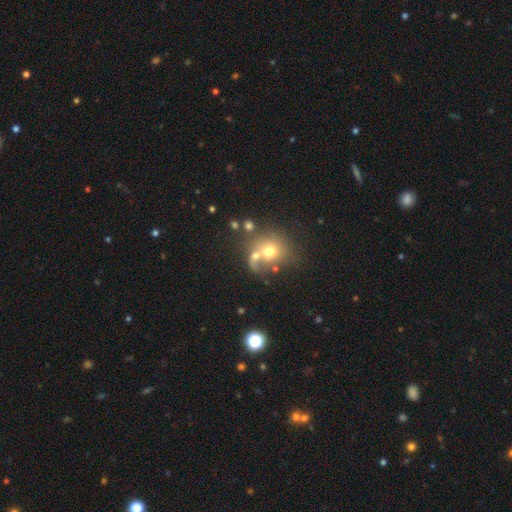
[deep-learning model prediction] smooth-or-featured: smooth: 63% | featured or disk: 24% | star or artifact: 13%
  how-rounded: round: 75% | in between: 24% | cigar-shaped: 1%
  merging: merger: 44% | none: 34% | minor disturbance: 11% | major disturbance: 11%